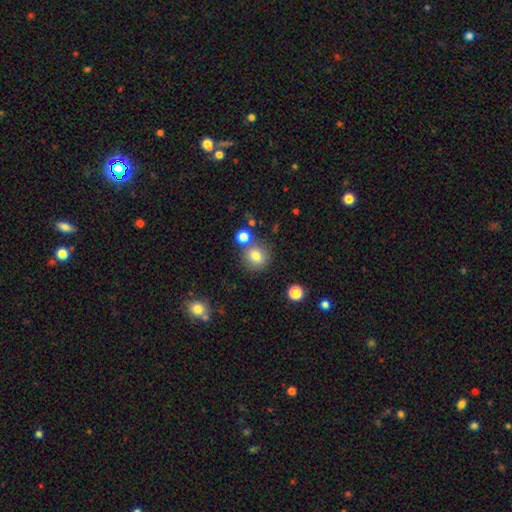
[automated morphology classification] The model was most divided on "merging": none: 68%, merger: 18%, minor disturbance: 10%, major disturbance: 3%. More confident: how rounded — round (84%); smooth or featured — smooth (78%).